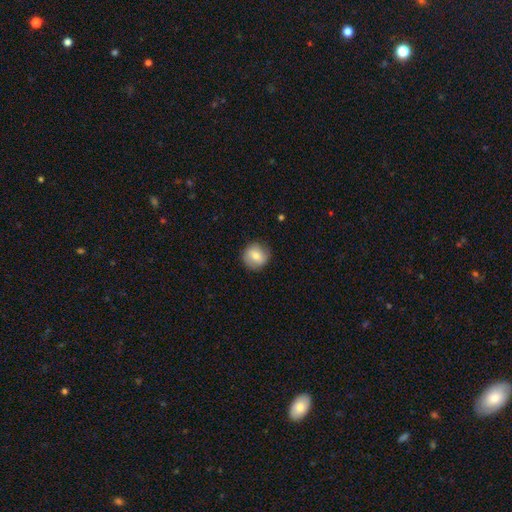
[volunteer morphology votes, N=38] A smooth galaxy with no disk features (82%) that is round (90%). Merging: none (83%).